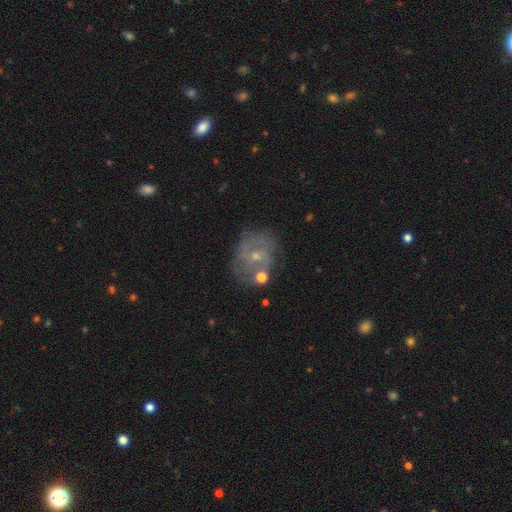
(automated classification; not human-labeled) Overall: featured or disk (68%). Edge-on disk: no (98%). Bar: no (59%; weak 35%). Spiral arms: yes (74%). Bulge size: small (73%). Merging: none (59%; minor disturbance 20%).